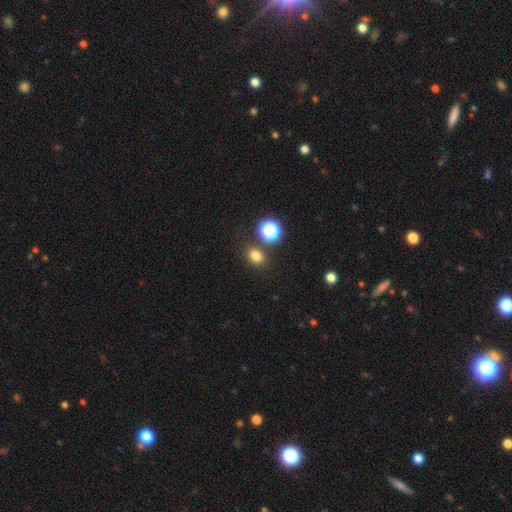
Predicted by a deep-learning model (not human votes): This appears to be a smooth galaxy with no disk features (76%) that is round (58%). Merging: none (80%).